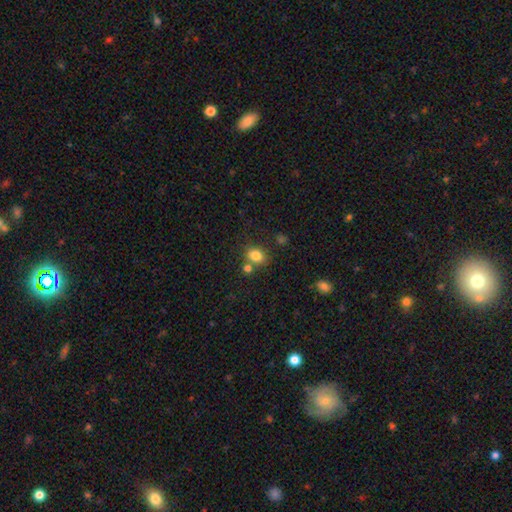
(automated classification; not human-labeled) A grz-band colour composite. It shows a smooth galaxy with no disk features (82%) that is in between round and cigar-shaped (55%). Merging: none (62%).